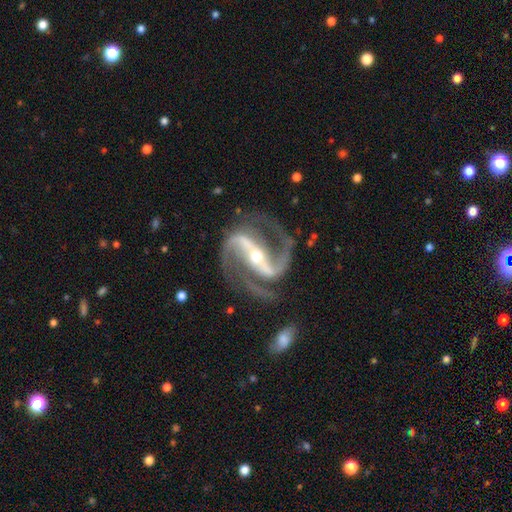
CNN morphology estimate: A featured or disk galaxy (94%) with a strong bar (74%), 2 (91%) medium (62%) spiral arms (99%) and a small central bulge (53%).

Vote fractions:
- Smooth or featured? featured or disk: 94% / star or artifact: 4% / smooth: 2%
- Edge-on disk? no: 97% / yes: 3%
- Bar? strong: 74% / weak: 16% / no: 10%
- Spiral arms? yes: 99% / no: 1%
- Spiral winding? medium: 62% / loose: 19% / tight: 19%
- Spiral arm count? 2: 91% / 3: 4% / can't tell: 1% / 1: 1% / 4: 1% / more than 4: 1%
- Bulge size? small: 53% / moderate: 43% / large: 2% / none: 1% / dominant: 1%
- Merging? none: 76% / minor disturbance: 14% / major disturbance: 8% / merger: 3%